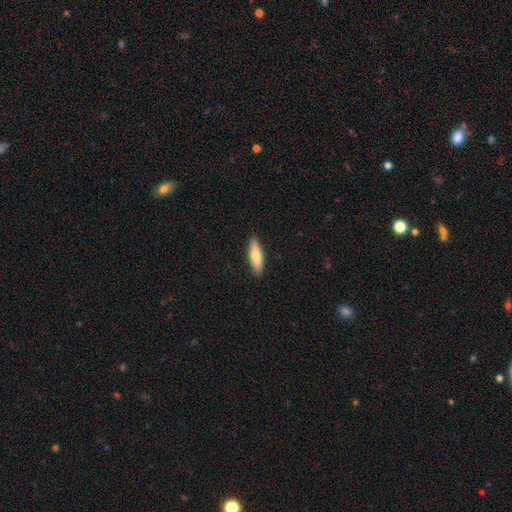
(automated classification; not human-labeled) This appears to be a smooth galaxy with no disk features (71%) that is cigar-shaped (57%). Merging: none (90%).